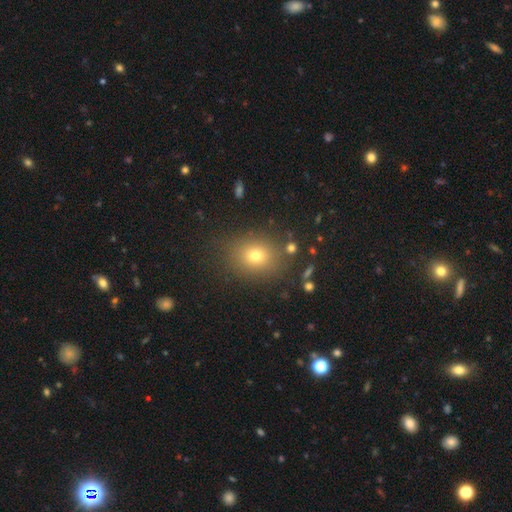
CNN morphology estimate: Q: Smooth or featured?
A: smooth (71%); runner-up: star or artifact (18%)
Q: How rounded?
A: round (59%); runner-up: in between (40%)
Q: Merging?
A: none (84%); runner-up: minor disturbance (9%)